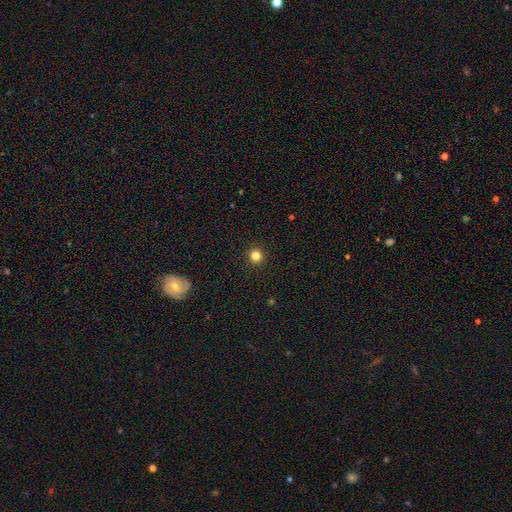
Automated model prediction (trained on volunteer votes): smooth-or-featured: smooth: 82% | star or artifact: 13% | featured or disk: 4%
  how-rounded: round: 95% | in between: 4% | cigar-shaped: 1%
  merging: none: 93% | minor disturbance: 4% | major disturbance: 1% | merger: 1%